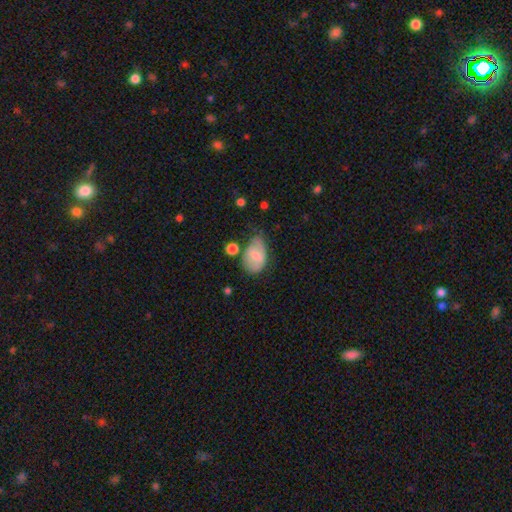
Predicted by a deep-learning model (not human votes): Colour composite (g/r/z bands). It shows a smooth galaxy with no disk features (65%) that is in between round and cigar-shaped (87%). Merging: none (44%).